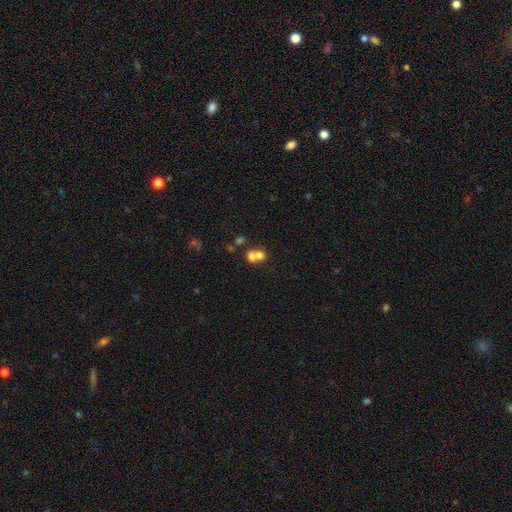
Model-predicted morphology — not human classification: Overall: smooth (67%). How rounded: round (70%). Merging: merger (64%; none 27%).